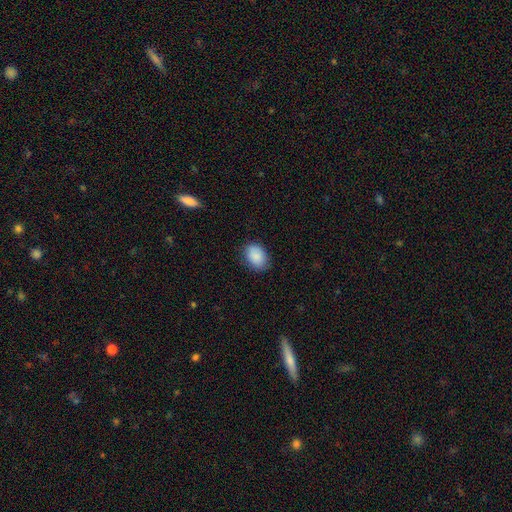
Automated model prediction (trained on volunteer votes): smooth 89%, star or artifact 7%, featured or disk 4%. Down the decision tree: how rounded — in between (77%); merging — none (83%).